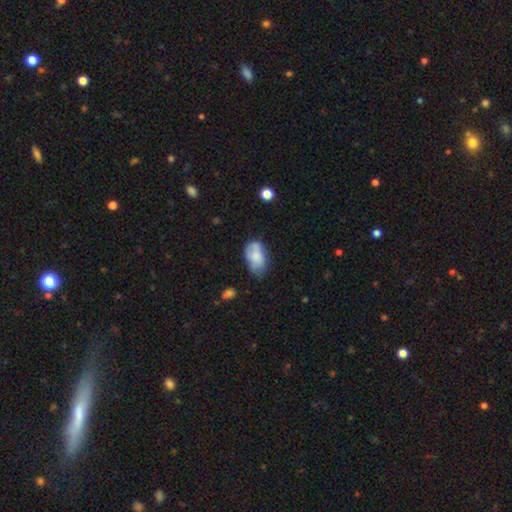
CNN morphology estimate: Smooth or featured? smooth (73%)
How rounded? in between (92%)
Merging? none (48%)